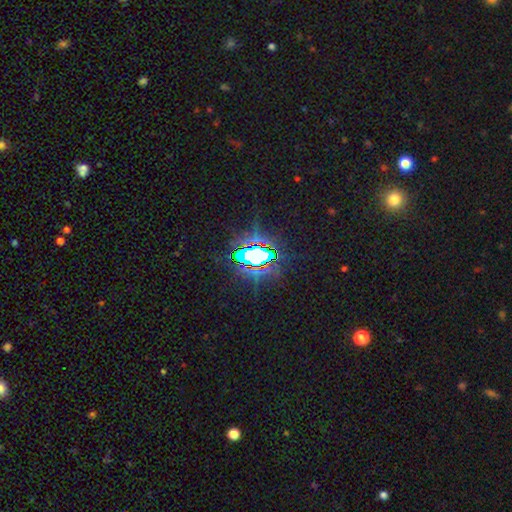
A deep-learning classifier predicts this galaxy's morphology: Smooth or featured? star or artifact (74%)